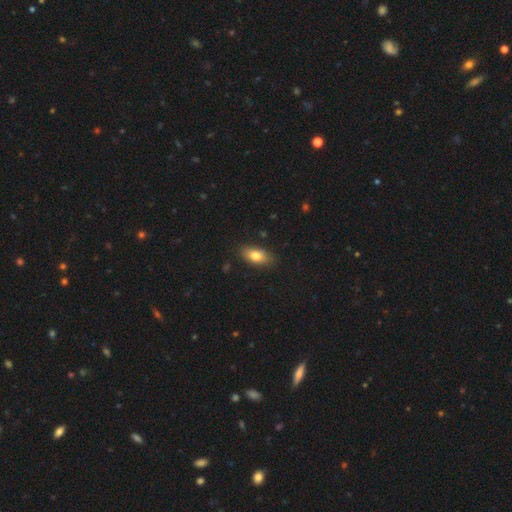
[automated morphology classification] A smooth galaxy with no disk features (78%) that is in between round and cigar-shaped (86%). Merging: none (84%).